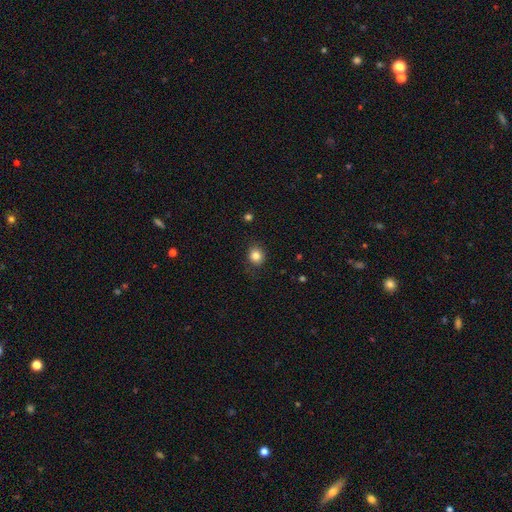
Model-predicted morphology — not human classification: A smooth galaxy with no disk features (83%) that is round (80%). Merging: none (83%).